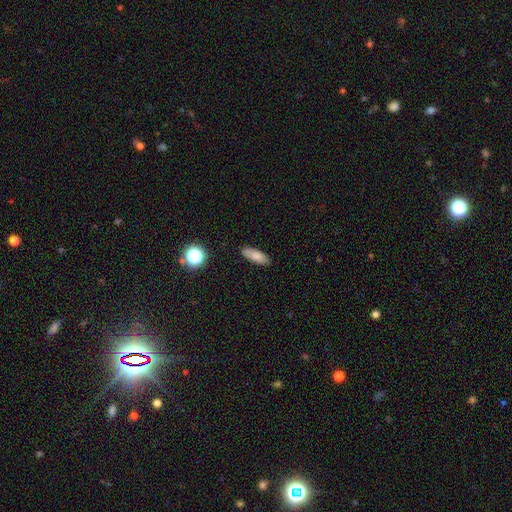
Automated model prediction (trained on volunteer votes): smooth_or_featured: smooth (p=0.81) [alt: featured or disk p=0.10]
how_rounded: in between (p=0.59) [alt: cigar-shaped p=0.37]
merging: none (p=0.86) [alt: minor disturbance p=0.10]